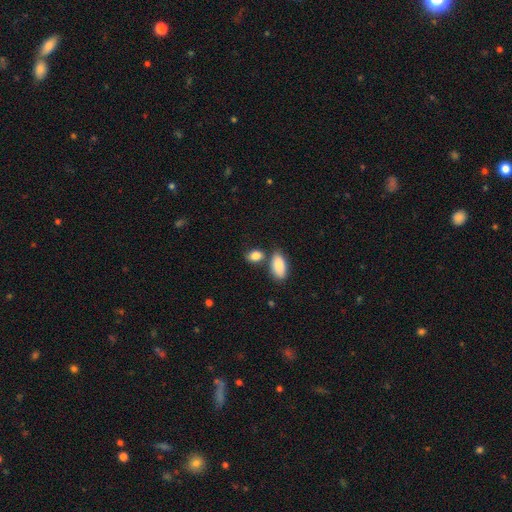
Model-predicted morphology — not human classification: type=smooth (87%); roundness=in between (82%); merging=none (61%).